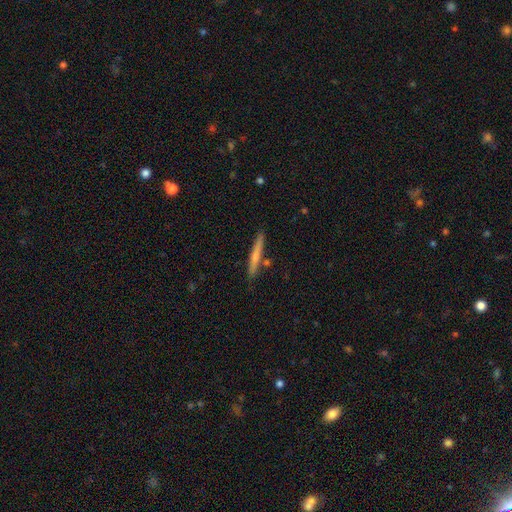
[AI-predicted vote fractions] Q: Smooth or featured?
A: smooth (60%); runner-up: featured or disk (34%)
Q: How rounded?
A: cigar-shaped (96%); runner-up: in between (3%)
Q: Merging?
A: none (84%); runner-up: minor disturbance (10%)